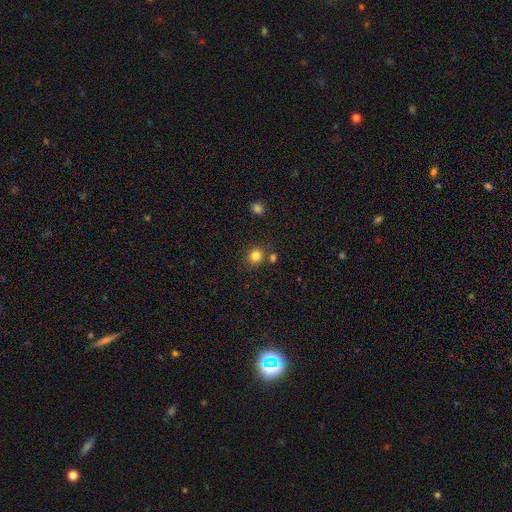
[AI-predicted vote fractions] Overall: smooth (82%). How rounded: round (86%). Merging: none (78%).